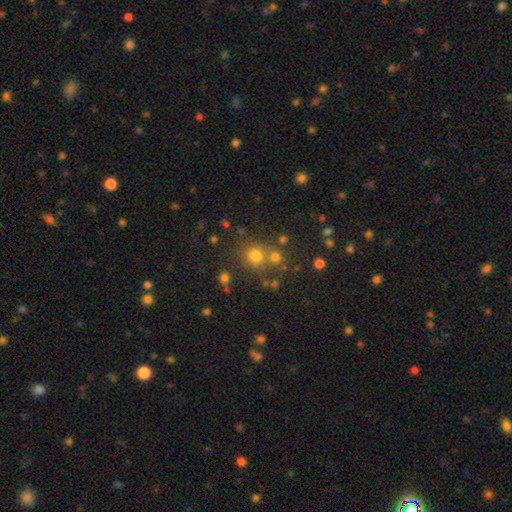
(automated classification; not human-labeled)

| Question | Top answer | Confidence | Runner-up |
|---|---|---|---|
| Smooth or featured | smooth | 69% | star or artifact (22%) |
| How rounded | round | 89% | in between (10%) |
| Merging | none | 68% | merger (19%) |